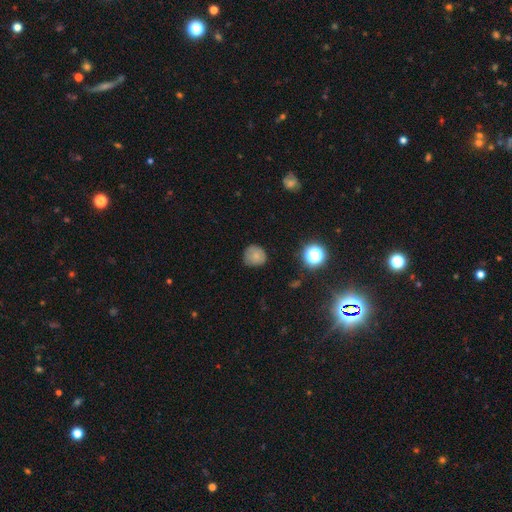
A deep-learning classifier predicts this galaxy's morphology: Smooth or featured?
  - smooth: 76% *
  - star or artifact: 12%
  - featured or disk: 12%
How rounded?
  - round: 87% *
  - in between: 12%
  - cigar-shaped: 1%
Merging?
  - none: 74% *
  - minor disturbance: 20%
  - major disturbance: 4%
  - merger: 1%